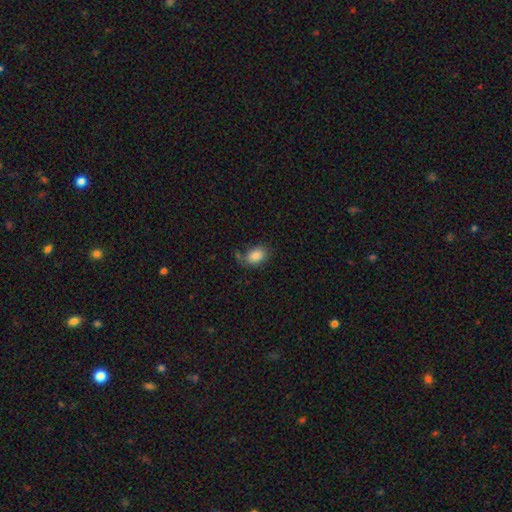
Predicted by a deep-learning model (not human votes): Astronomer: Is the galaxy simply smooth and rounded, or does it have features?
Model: smooth — 85%.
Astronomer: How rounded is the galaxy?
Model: in between — 83%.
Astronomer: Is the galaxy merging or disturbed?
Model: none — 65%.